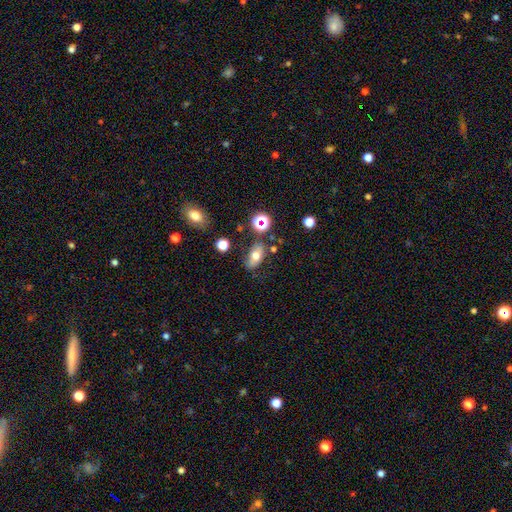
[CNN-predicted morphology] This appears to be a smooth galaxy with no disk features (66%) that is in between round and cigar-shaped (84%). Merging: none (70%).